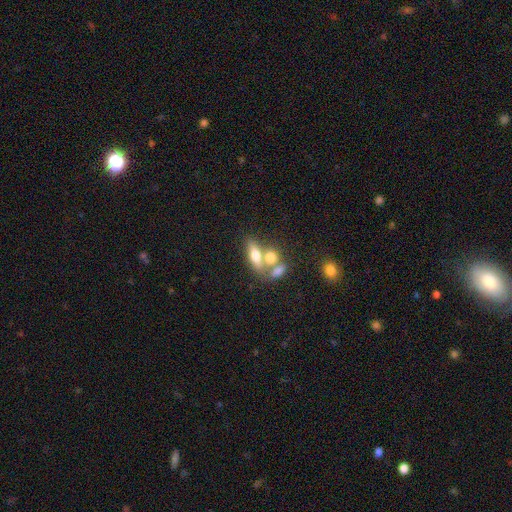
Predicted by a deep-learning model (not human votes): Q: Smooth or featured?
A: smooth (63%); runner-up: featured or disk (28%)
Q: How rounded?
A: in between (67%); runner-up: cigar-shaped (23%)
Q: Merging?
A: merger (51%); runner-up: none (35%)